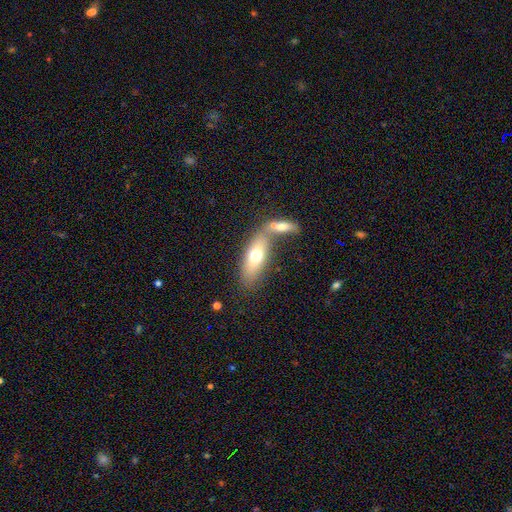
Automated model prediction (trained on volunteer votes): A smooth galaxy with no disk features (64%) that is in between round and cigar-shaped (70%).

Vote fractions:
- Smooth or featured? smooth: 64% / featured or disk: 29% / star or artifact: 7%
- How rounded? in between: 70% / cigar-shaped: 26% / round: 3%
- Merging? merger: 42% (tied) / none: 42% (tied) / minor disturbance: 11% / major disturbance: 6%